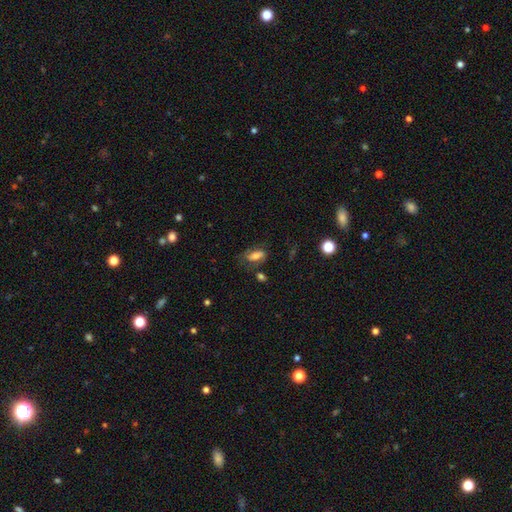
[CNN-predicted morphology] A smooth galaxy with no disk features (63%) that is in between round and cigar-shaped (81%).

Vote fractions:
- Smooth or featured? smooth: 63% / featured or disk: 26% / star or artifact: 10%
- How rounded? in between: 81% / cigar-shaped: 14% / round: 5%
- Merging? none: 54% / minor disturbance: 26% / major disturbance: 14% / merger: 6%